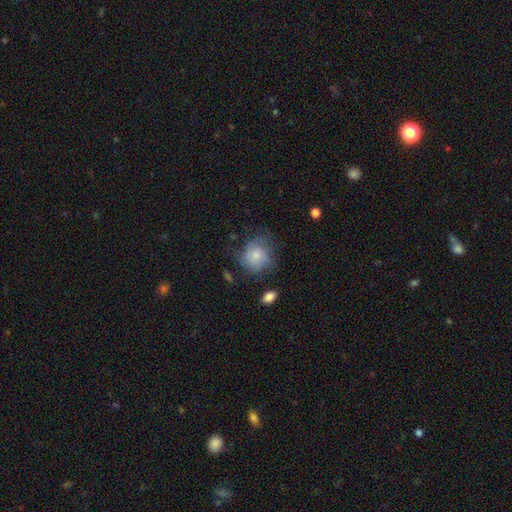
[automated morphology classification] type=smooth (63%); roundness=round (79%); merging=none (56%).